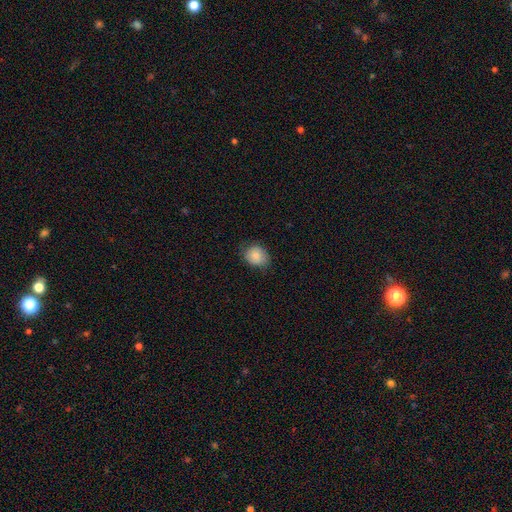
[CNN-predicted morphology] smooth 84%, featured or disk 9%, star or artifact 8%. Down the decision tree: how rounded — round (62%); merging — none (75%).